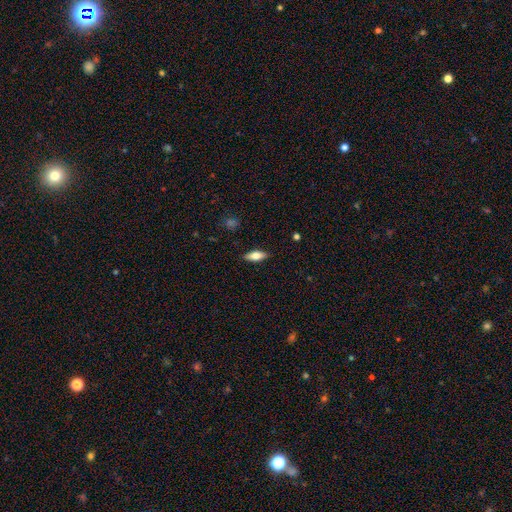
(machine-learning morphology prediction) smooth_or_featured: smooth (p=0.67) [alt: featured or disk p=0.26]
how_rounded: in between (p=0.72) [alt: cigar-shaped p=0.25]
merging: none (p=0.88) [alt: minor disturbance p=0.09]